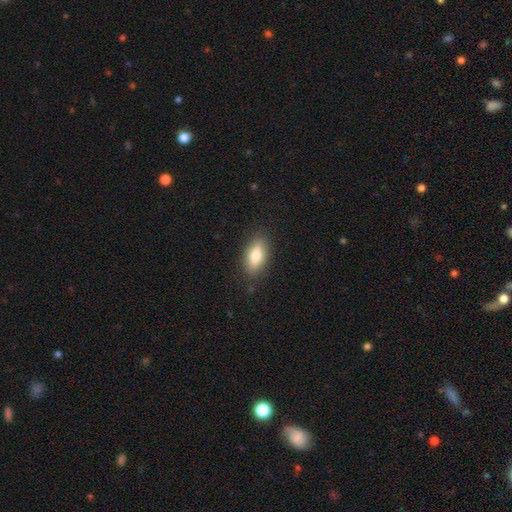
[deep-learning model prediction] This is likely a smooth galaxy (72%). How rounded: likely in between (79%). Merging: clearly none (86%).